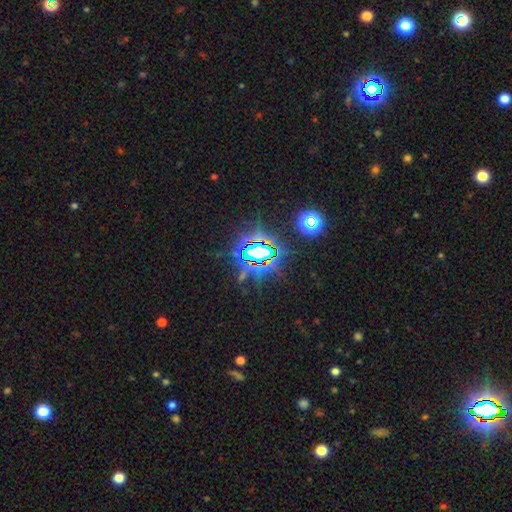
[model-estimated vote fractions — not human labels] Morphology: type=star or artifact (82%).